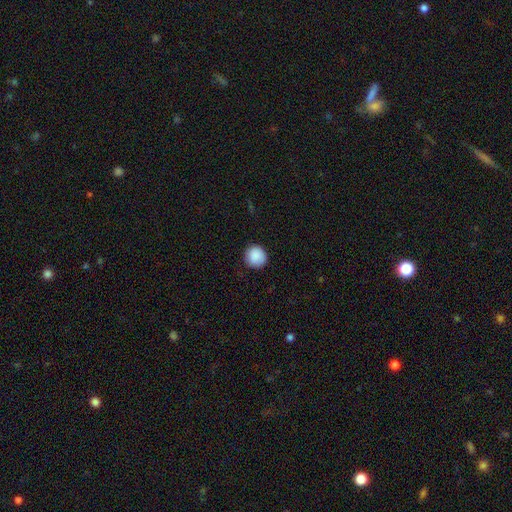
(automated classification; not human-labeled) A smooth galaxy with no disk features (89%) that is round (94%). Merging: none (88%).